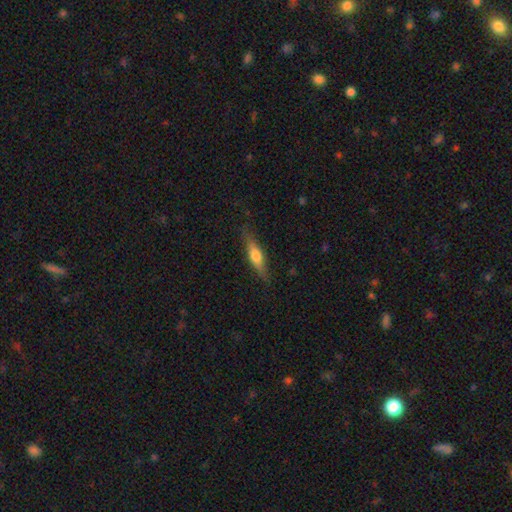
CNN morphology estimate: This is possibly a smooth galaxy (49%). Merging: clearly none (82%).